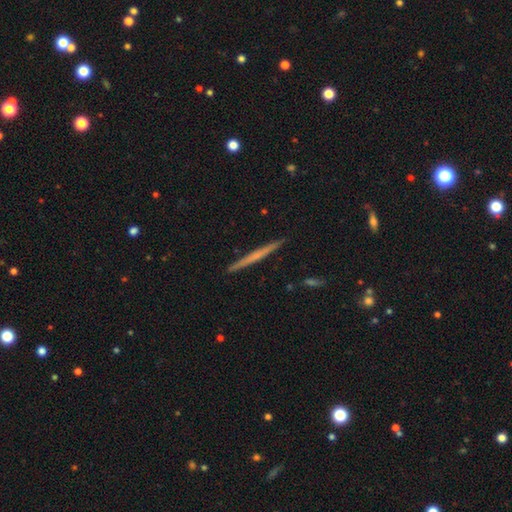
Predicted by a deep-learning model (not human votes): smooth-or-featured: featured or disk: 55% | smooth: 40% | star or artifact: 6%
  disk-edge-on: yes: 98% | no: 2%
    edge-on-bulge: none: 82% | rounded: 14% | boxy: 5%
  merging: none: 92% | minor disturbance: 5% | major disturbance: 1% | merger: 1%